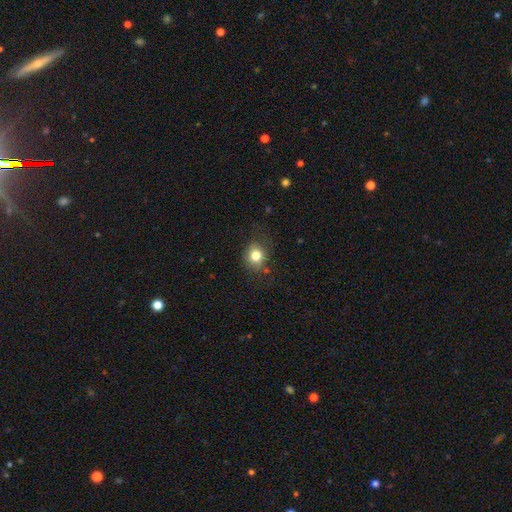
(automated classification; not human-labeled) Morphology: type=smooth (80%); roundness=round (70%); merging=none (75%).